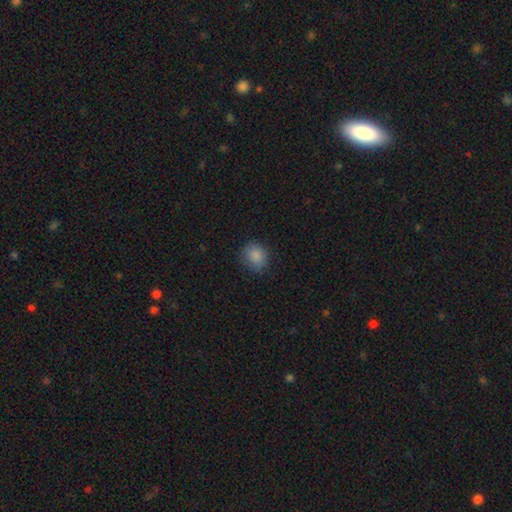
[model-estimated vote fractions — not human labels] Smooth or featured: smooth — 86% (star or artifact — 9%)
How rounded: round — 69% (in between — 30%)
Merging: none — 81% (minor disturbance — 15%)